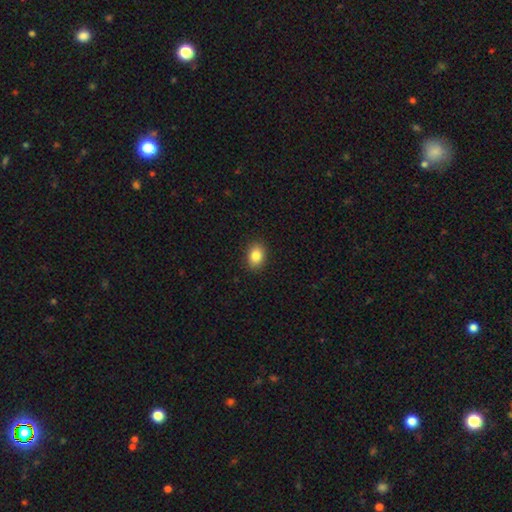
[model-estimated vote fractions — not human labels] The model was most divided on "how rounded": in between: 69%, round: 30%, cigar-shaped: 1%. More confident: merging — none (90%); smooth or featured — smooth (85%).